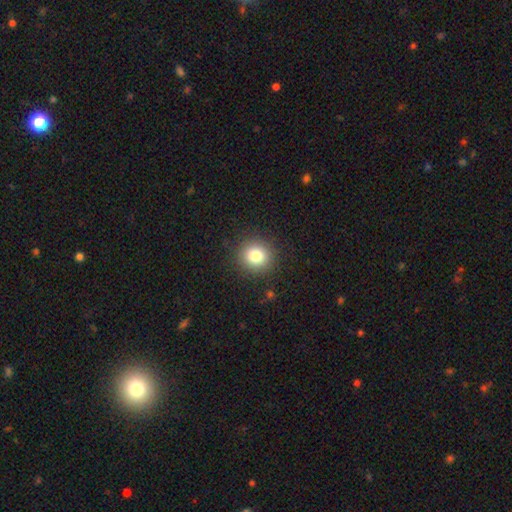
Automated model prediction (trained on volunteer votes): This appears to be a smooth galaxy with no disk features (81%) that is round (91%). Merging: none (90%).